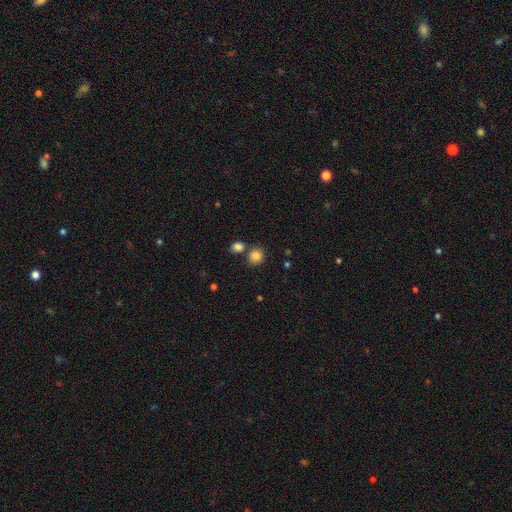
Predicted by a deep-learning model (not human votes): Overall: smooth (84%). How rounded: round (78%). Merging: none (70%).